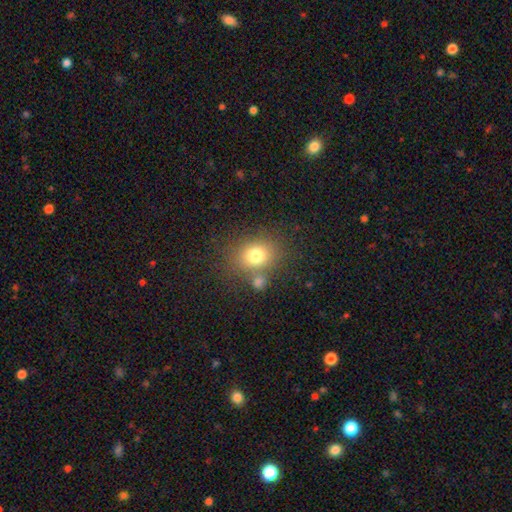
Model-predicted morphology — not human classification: smooth-or-featured: smooth: 76% | star or artifact: 13% | featured or disk: 12%
  how-rounded: round: 55% | in between: 44% | cigar-shaped: 1%
  merging: none: 65% | merger: 16% | minor disturbance: 13% | major disturbance: 6%